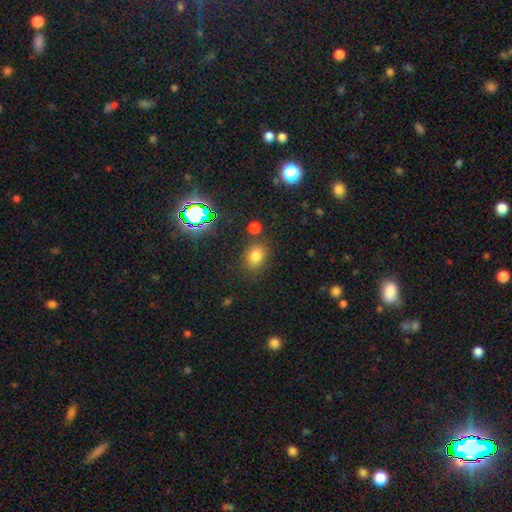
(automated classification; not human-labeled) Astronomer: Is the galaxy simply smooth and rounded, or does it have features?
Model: smooth — 75%.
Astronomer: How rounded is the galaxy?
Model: in between — 51% (runner-up: round, 48%).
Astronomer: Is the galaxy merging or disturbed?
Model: none — 78%.